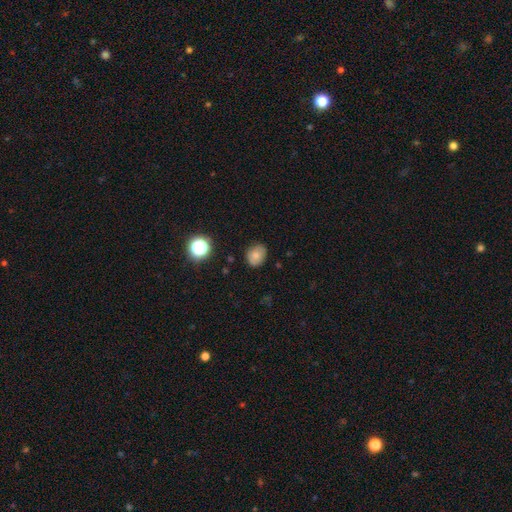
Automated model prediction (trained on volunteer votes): smooth 75%, featured or disk 14%, star or artifact 12%. Down the decision tree: how rounded — round (58%); merging — none (82%).